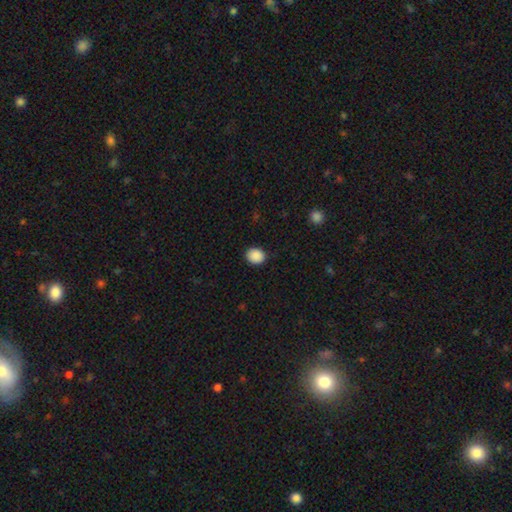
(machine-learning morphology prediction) smooth_or_featured: smooth (p=0.89) [alt: star or artifact p=0.08]
how_rounded: round (p=0.67) [alt: in between p=0.33]
merging: none (p=0.89) [alt: minor disturbance p=0.08]